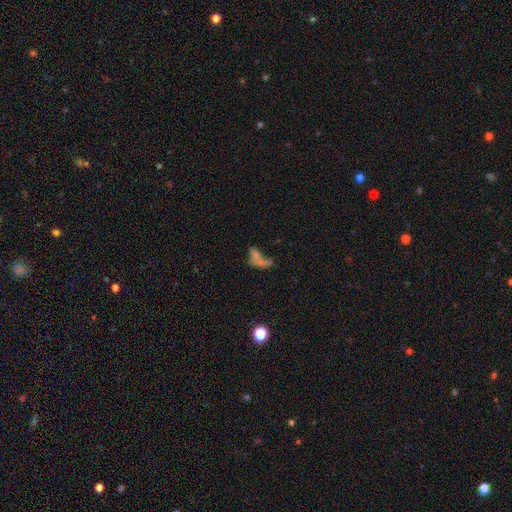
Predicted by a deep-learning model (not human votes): Smooth or featured? smooth (48%)
Merging? merger (45%)